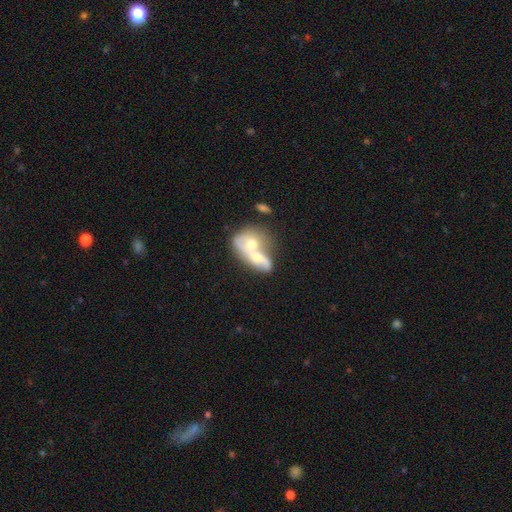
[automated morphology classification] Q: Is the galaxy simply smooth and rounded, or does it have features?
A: smooth — 46%, tied with featured or disk.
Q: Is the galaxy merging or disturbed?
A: merger — 80%.